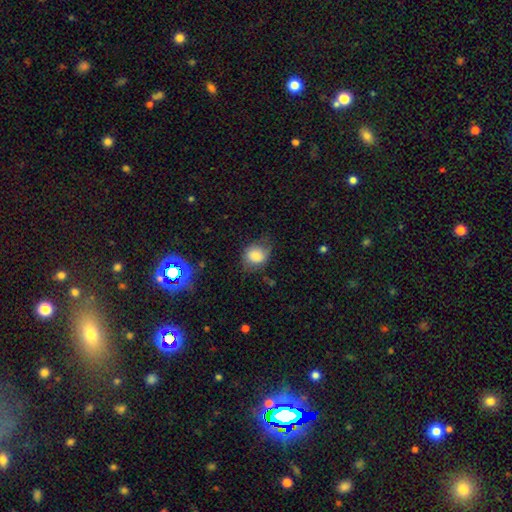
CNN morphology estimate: Smooth or featured: smooth — 74% (featured or disk — 16%)
How rounded: round — 65% (in between — 34%)
Merging: none — 57% (minor disturbance — 28%)